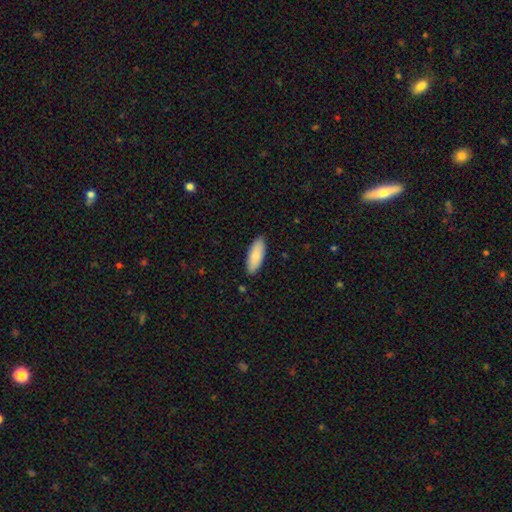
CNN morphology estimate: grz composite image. It shows a smooth galaxy with no disk features (86%) that is in between round and cigar-shaped (72%). Merging: none (88%).